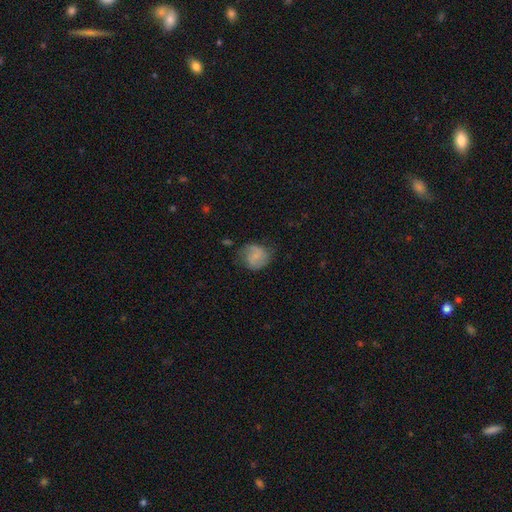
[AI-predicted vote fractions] smooth_or_featured: smooth (p=0.52) [alt: featured or disk p=0.40]
how_rounded: round (p=0.72) [alt: in between p=0.27]
merging: none (p=0.62) [alt: minor disturbance p=0.26]